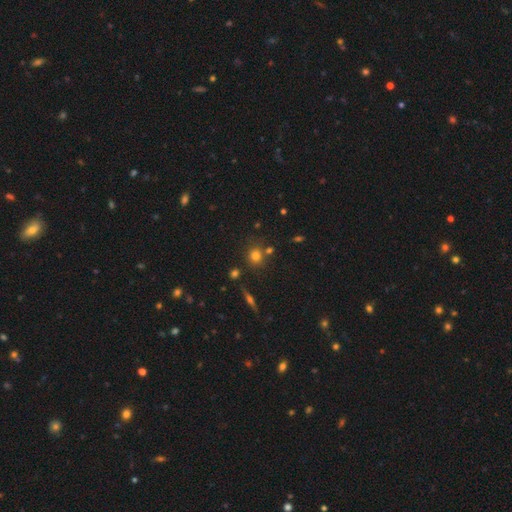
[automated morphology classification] Q: Smooth or featured?
A: smooth (72%); runner-up: star or artifact (16%)
Q: How rounded?
A: round (86%); runner-up: in between (13%)
Q: Merging?
A: none (74%); runner-up: merger (11%)